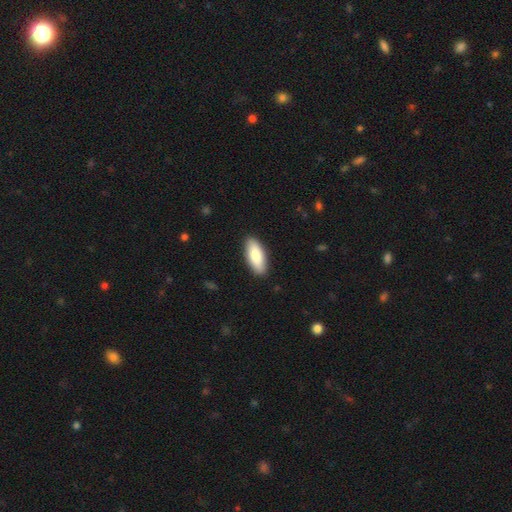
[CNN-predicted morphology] A smooth galaxy with no disk features (85%) that is in between round and cigar-shaped (79%).

Vote fractions:
- Smooth or featured? smooth: 85% / featured or disk: 10% / star or artifact: 5%
- How rounded? in between: 79% / cigar-shaped: 19% / round: 2%
- Merging? none: 89% / minor disturbance: 8% / major disturbance: 2% / merger: 1%